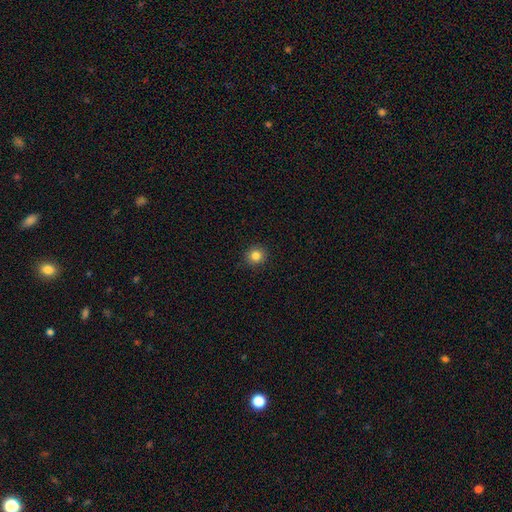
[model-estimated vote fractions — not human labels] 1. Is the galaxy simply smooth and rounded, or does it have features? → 83% smooth, 12% star or artifact, 6% featured or disk.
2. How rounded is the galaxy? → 91% round, 9% in between, 1% cigar-shaped.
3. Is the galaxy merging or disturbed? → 91% none, 6% minor disturbance, 2% major disturbance, 1% merger.